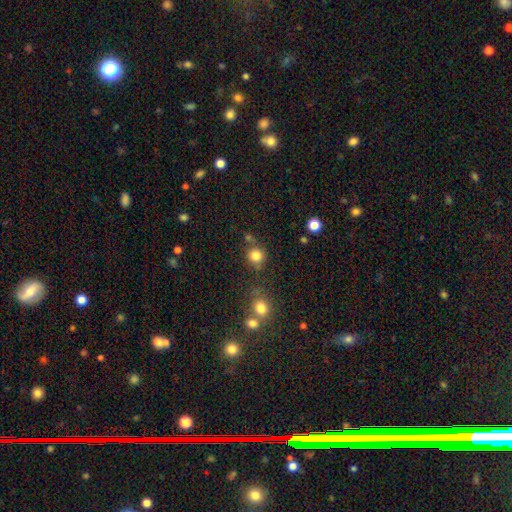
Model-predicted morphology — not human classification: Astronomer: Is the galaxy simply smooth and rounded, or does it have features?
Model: smooth — 82%.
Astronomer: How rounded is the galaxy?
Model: round — 88%.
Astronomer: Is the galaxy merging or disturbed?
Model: none — 69%.